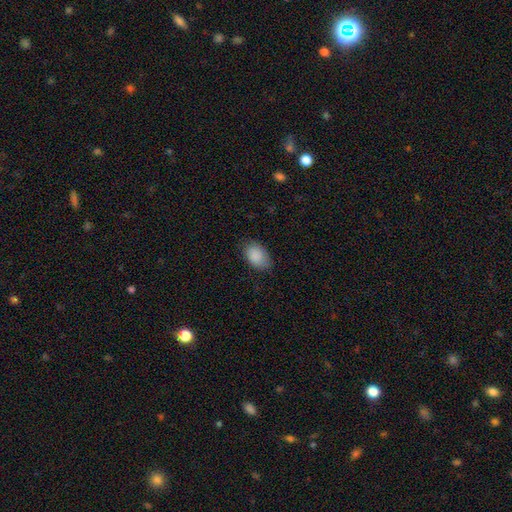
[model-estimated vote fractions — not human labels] This appears to be a smooth galaxy with no disk features (89%) that is in between round and cigar-shaped (87%). Merging: none (76%).